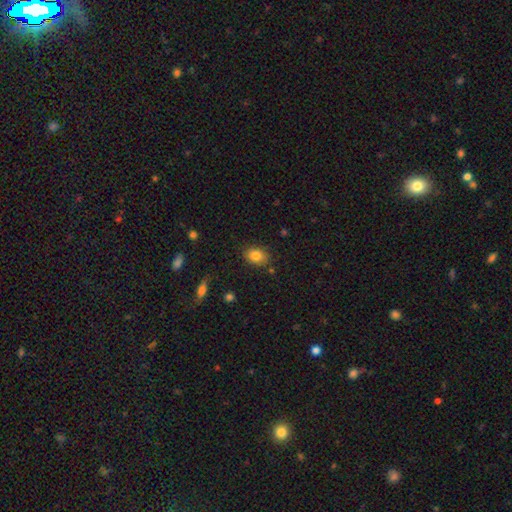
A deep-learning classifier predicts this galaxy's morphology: smooth 83%, star or artifact 9%, featured or disk 8%. Down the decision tree: how rounded — in between (69%); merging — none (83%).